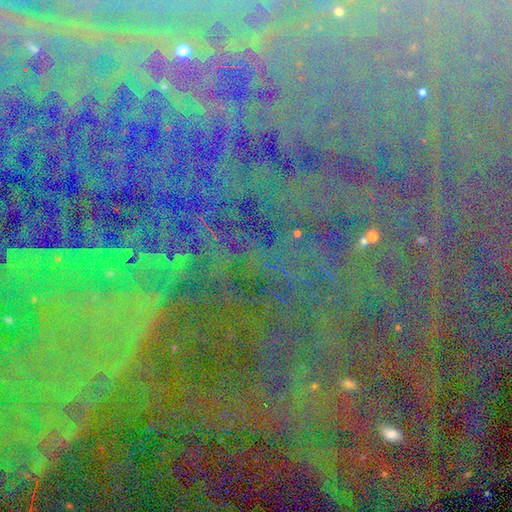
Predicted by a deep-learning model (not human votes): The model was most divided on "smooth or featured": star or artifact: 86%, smooth: 7%, featured or disk: 7%.